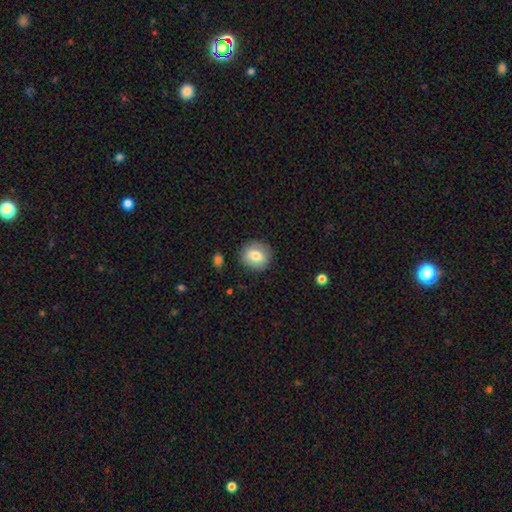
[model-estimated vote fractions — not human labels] smooth-or-featured: smooth: 75% | featured or disk: 17% | star or artifact: 8%
  how-rounded: round: 80% | in between: 19% | cigar-shaped: 1%
  merging: none: 86% | minor disturbance: 10% | major disturbance: 3% | merger: 1%